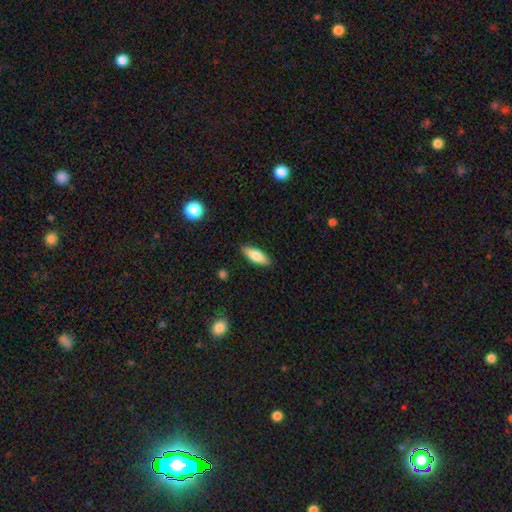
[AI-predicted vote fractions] Smooth or featured? Predicted: smooth (p=0.76). How rounded? Predicted: in between (p=0.61). Merging? Predicted: none (p=0.87).